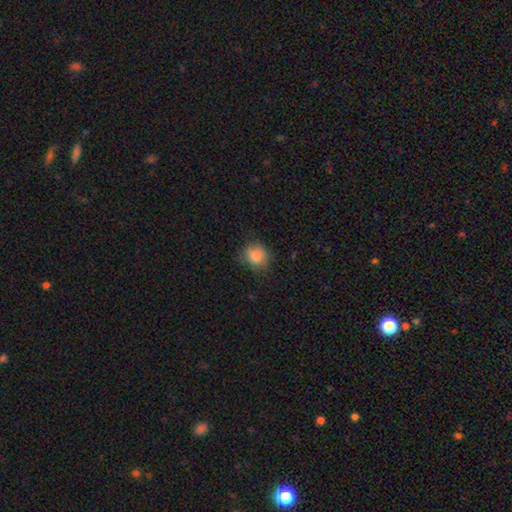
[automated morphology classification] type=smooth (83%); roundness=round (71%); merging=none (73%).